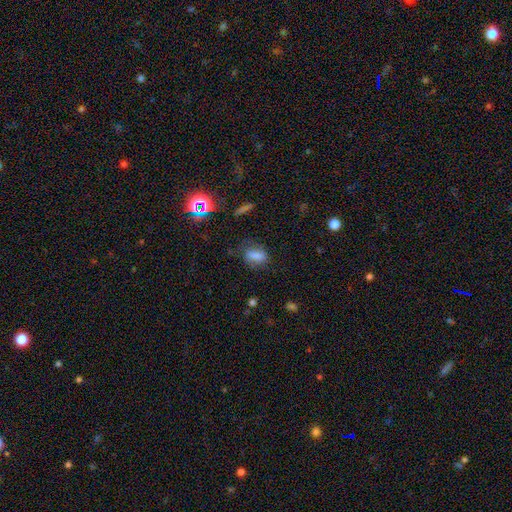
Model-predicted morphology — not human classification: The model was most divided on "merging": none: 70%, minor disturbance: 20%, major disturbance: 8%, merger: 2%. More confident: how rounded — in between (75%); smooth or featured — smooth (72%).